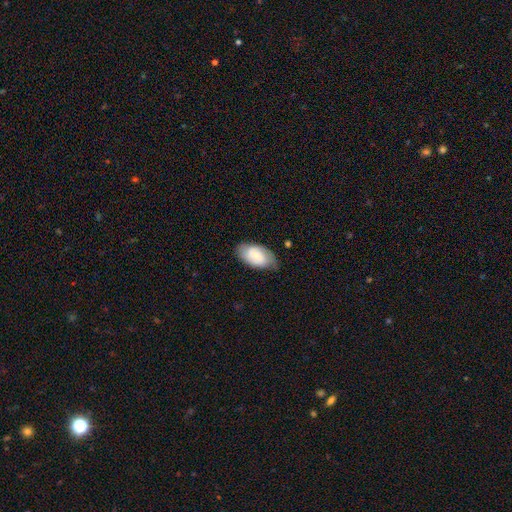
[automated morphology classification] This appears to be a smooth galaxy with no disk features (55%) that is in between round and cigar-shaped (93%). Merging: none (71%).